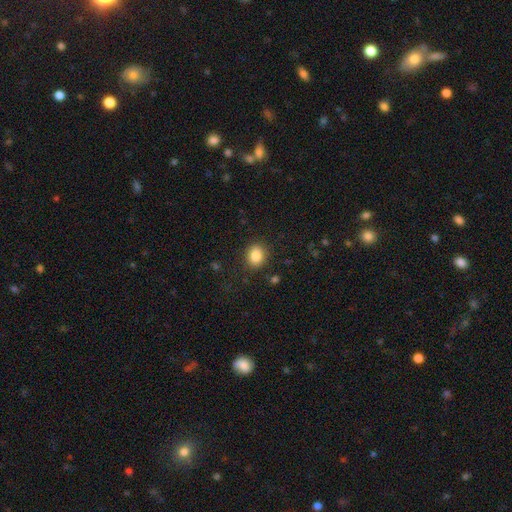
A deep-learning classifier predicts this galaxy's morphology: smooth-or-featured: smooth: 85% | star or artifact: 10% | featured or disk: 5%
  how-rounded: round: 66% | in between: 33% | cigar-shaped: 1%
  merging: none: 86% | minor disturbance: 9% | major disturbance: 3% | merger: 1%